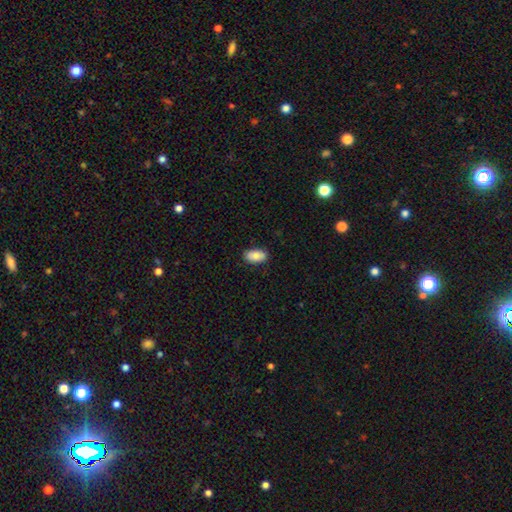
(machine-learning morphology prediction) A smooth galaxy with no disk features (83%) that is in between round and cigar-shaped (93%).

Vote fractions:
- Smooth or featured? smooth: 83% / featured or disk: 10% / star or artifact: 7%
- How rounded? in between: 93% / round: 4% / cigar-shaped: 2%
- Merging? none: 84% / minor disturbance: 12% / major disturbance: 2% / merger: 1%